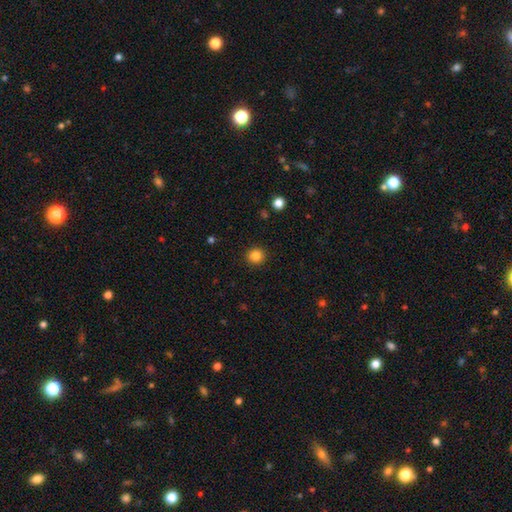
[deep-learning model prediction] Q: Smooth or featured?
A: smooth (84%); runner-up: star or artifact (11%)
Q: How rounded?
A: round (93%); runner-up: in between (7%)
Q: Merging?
A: none (92%); runner-up: minor disturbance (5%)